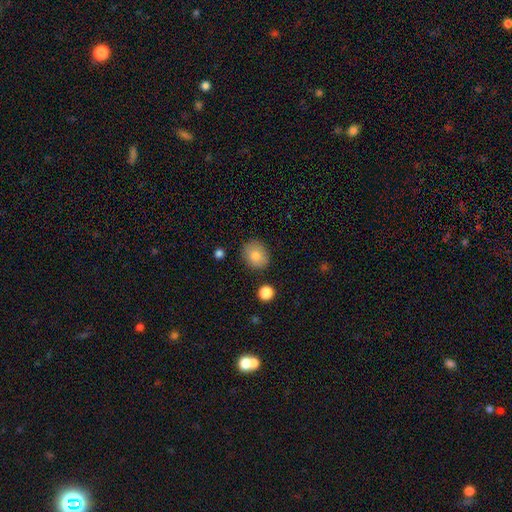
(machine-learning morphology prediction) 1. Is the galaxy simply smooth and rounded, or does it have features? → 83% smooth, 9% featured or disk, 9% star or artifact.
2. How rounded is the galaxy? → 64% round, 35% in between, 1% cigar-shaped.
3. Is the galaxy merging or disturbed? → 85% none, 10% minor disturbance, 3% major disturbance, 2% merger.